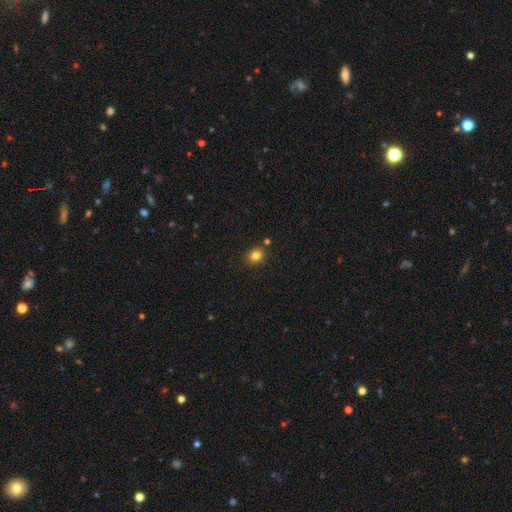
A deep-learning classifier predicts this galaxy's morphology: smooth-or-featured: smooth: 81% | star or artifact: 13% | featured or disk: 6%
  how-rounded: round: 67% | in between: 32% | cigar-shaped: 1%
  merging: none: 83% | minor disturbance: 11% | merger: 4% | major disturbance: 2%